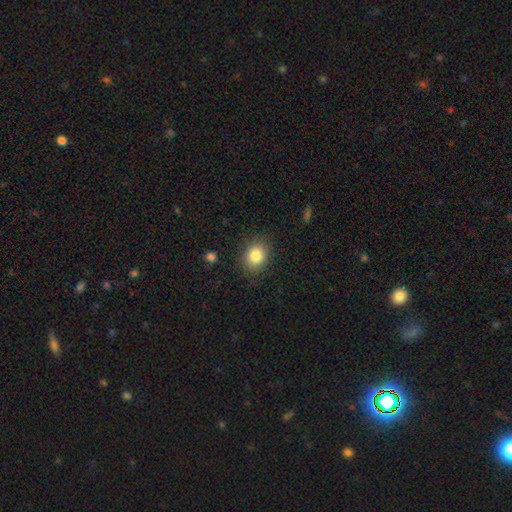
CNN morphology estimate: The model was most divided on "how rounded": round: 51%, in between: 48%, cigar-shaped: 1%. More confident: merging — none (86%); smooth or featured — smooth (83%).